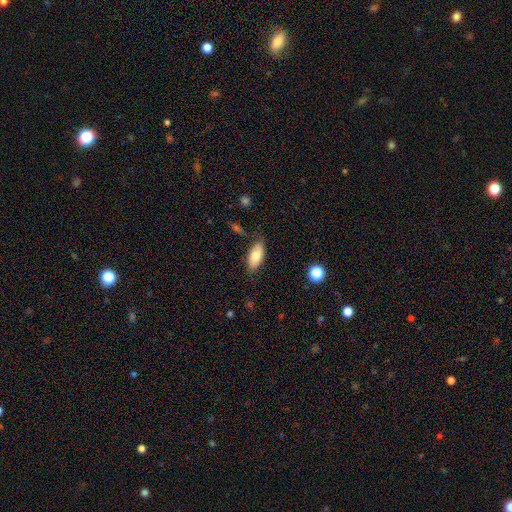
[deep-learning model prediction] Morphology: type=smooth (75%); roundness=in between (89%); merging=none (74%).